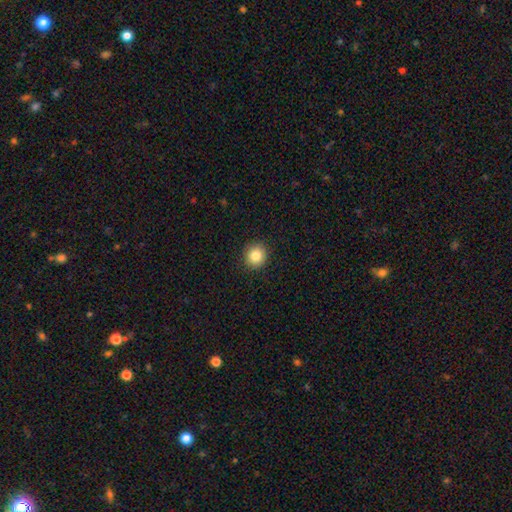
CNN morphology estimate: A smooth galaxy with no disk features (85%) that is round (89%).

Vote fractions:
- Smooth or featured? smooth: 85% / star or artifact: 10% / featured or disk: 5%
- How rounded? round: 89% / in between: 10% / cigar-shaped: 1%
- Merging? none: 91% / minor disturbance: 7% / major disturbance: 2% / merger: 1%